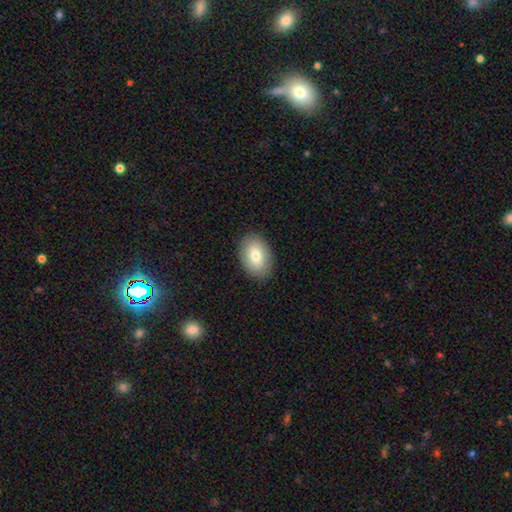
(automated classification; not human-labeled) smooth-or-featured: smooth: 78% | featured or disk: 15% | star or artifact: 7%
  how-rounded: in between: 85% | round: 14% | cigar-shaped: 1%
  merging: none: 88% | minor disturbance: 9% | major disturbance: 2% | merger: 1%